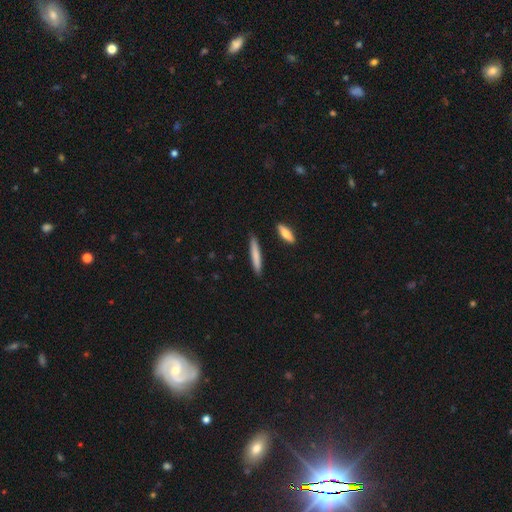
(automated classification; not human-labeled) smooth_or_featured: smooth (p=0.77) [alt: featured or disk p=0.18]
how_rounded: cigar-shaped (p=0.93) [alt: in between p=0.06]
merging: none (p=0.89) [alt: minor disturbance p=0.08]